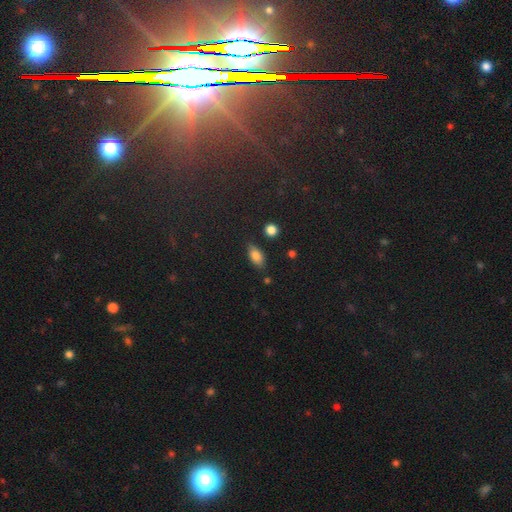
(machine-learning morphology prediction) Smooth or featured?
  - smooth: 79% *
  - featured or disk: 11%
  - star or artifact: 10%
How rounded?
  - in between: 85% *
  - cigar-shaped: 9%
  - round: 6%
Merging?
  - none: 76% *
  - minor disturbance: 18%
  - major disturbance: 4%
  - merger: 3%